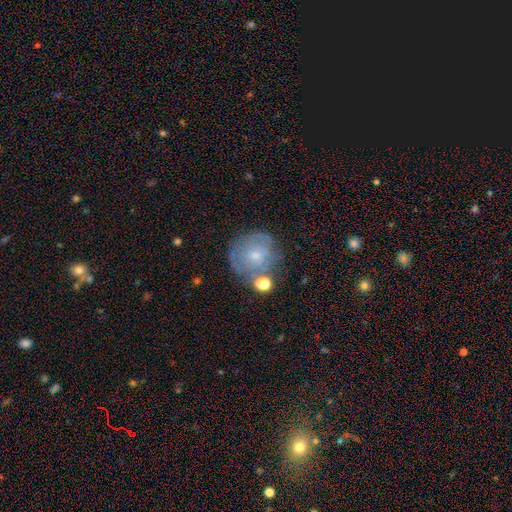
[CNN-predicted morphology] type=featured or disk (47%); merging=none (57%).